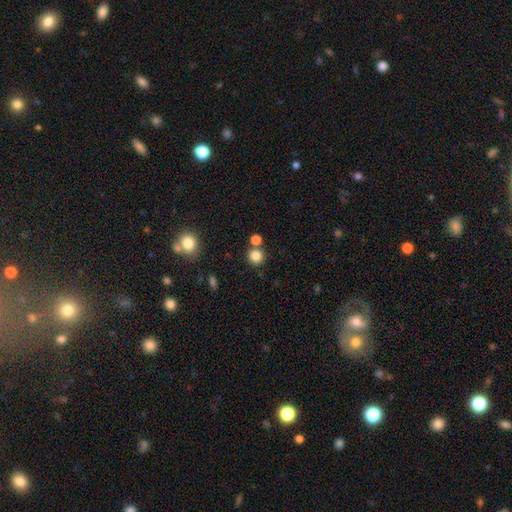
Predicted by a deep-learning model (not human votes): Q: Smooth or featured?
A: smooth (83%); runner-up: star or artifact (12%)
Q: How rounded?
A: round (91%); runner-up: in between (8%)
Q: Merging?
A: none (75%); runner-up: merger (15%)